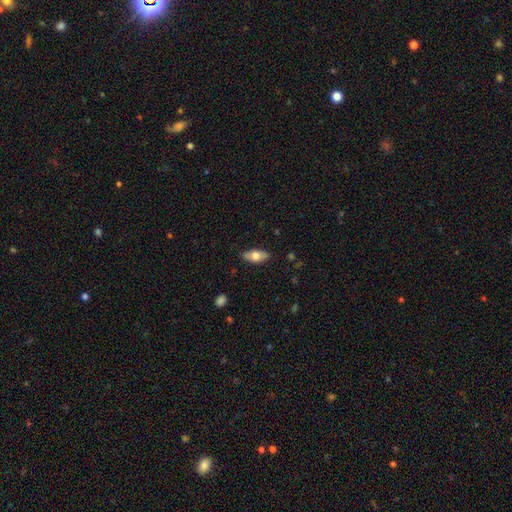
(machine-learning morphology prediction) smooth 66%, featured or disk 28%, star or artifact 6%. Down the decision tree: how rounded — in between (83%); merging — none (85%).